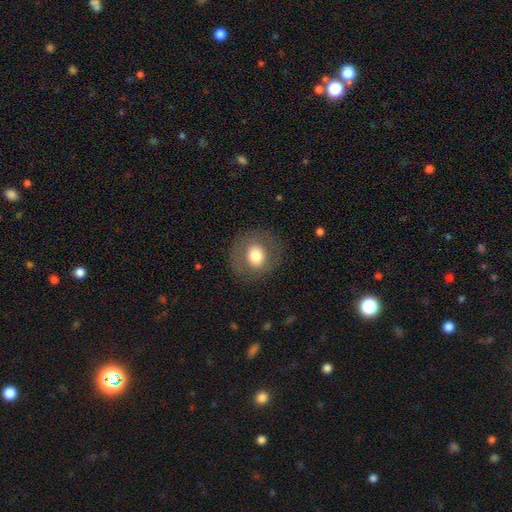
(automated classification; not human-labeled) Smooth or featured: smooth — 69% (featured or disk — 22%)
How rounded: round — 76% (in between — 23%)
Merging: none — 82% (minor disturbance — 10%)